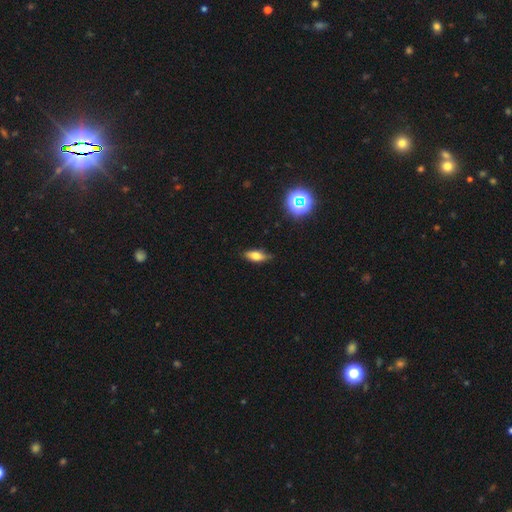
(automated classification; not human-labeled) smooth 68%, featured or disk 21%, star or artifact 11%. Down the decision tree: how rounded — in between (75%); merging — none (79%).